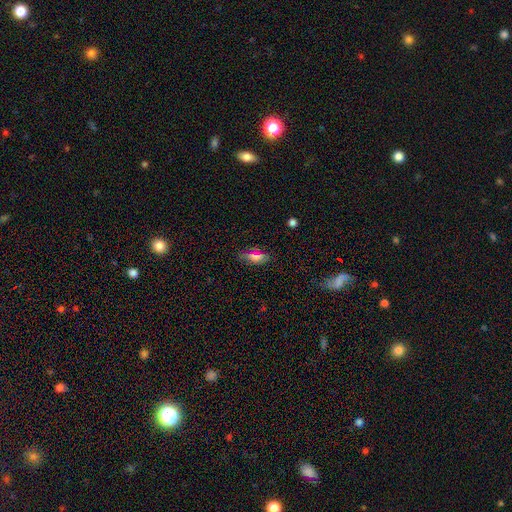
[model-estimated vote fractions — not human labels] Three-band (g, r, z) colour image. It shows a smooth galaxy with no disk features (68%) that is in between round and cigar-shaped (73%). Merging: none (80%).